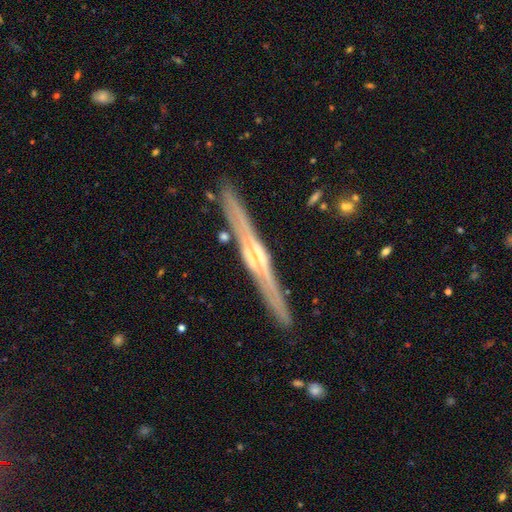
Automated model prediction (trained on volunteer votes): Smooth or featured? Predicted: featured or disk (p=0.84). Edge-on disk? Predicted: yes (p=0.97). Edge-on bulge? Predicted: rounded (p=0.64). Merging? Predicted: none (p=0.89).